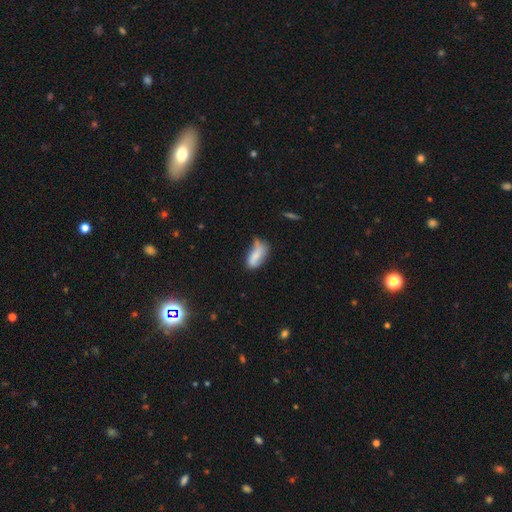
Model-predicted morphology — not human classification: A smooth galaxy with no disk features (69%) that is in between round and cigar-shaped (84%). Merging: minor disturbance (41%).